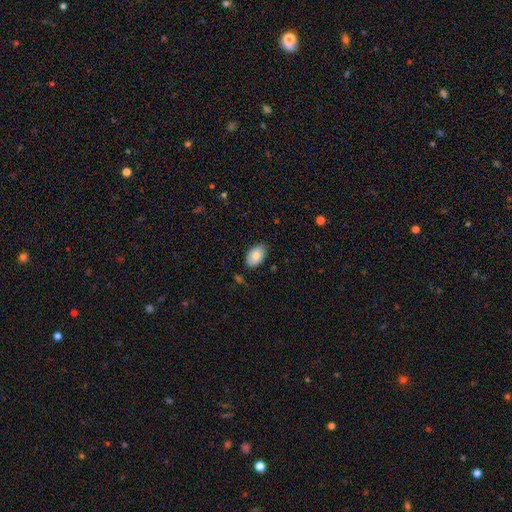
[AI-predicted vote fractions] Smooth or featured? Predicted: smooth (p=0.83). How rounded? Predicted: in between (p=0.90). Merging? Predicted: none (p=0.81).